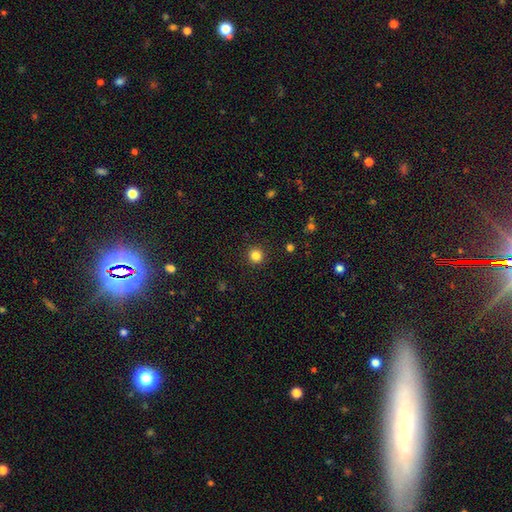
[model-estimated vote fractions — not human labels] Smooth or featured? Predicted: smooth (p=0.84). How rounded? Predicted: round (p=0.94). Merging? Predicted: none (p=0.92).